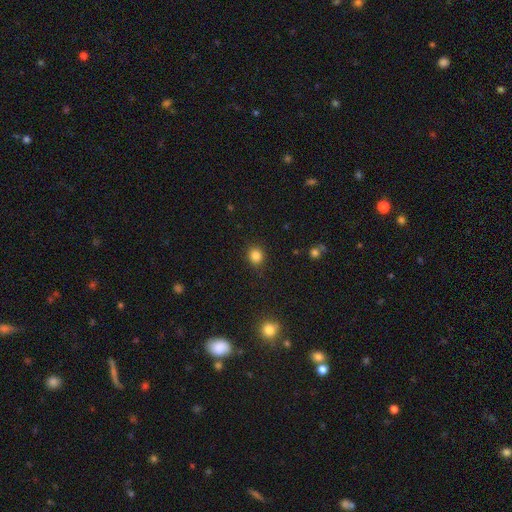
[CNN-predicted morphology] This is clearly a smooth galaxy (84%). How rounded: clearly round (81%). Merging: clearly none (89%).